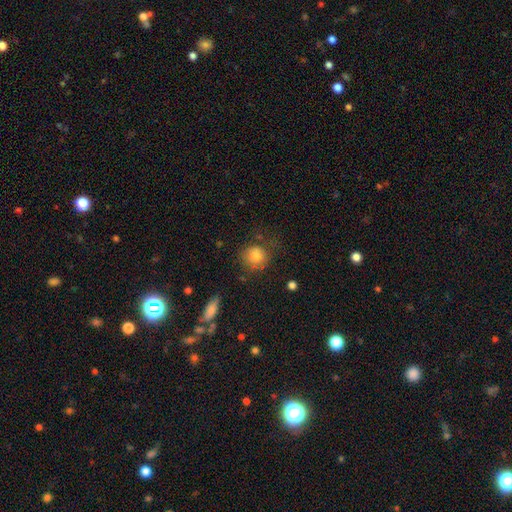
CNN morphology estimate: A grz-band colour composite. It shows a smooth galaxy with no disk features (80%) that is round (83%). Merging: none (65%).